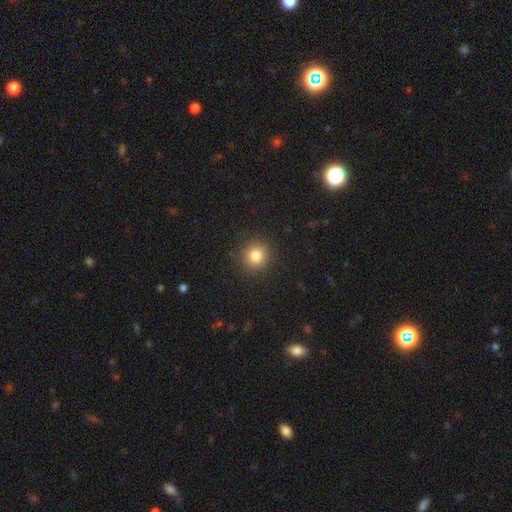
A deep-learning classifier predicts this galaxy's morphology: A smooth galaxy with no disk features (82%) that is round (90%).

Vote fractions:
- Smooth or featured? smooth: 82% / star or artifact: 12% / featured or disk: 6%
- How rounded? round: 90% / in between: 9% / cigar-shaped: 1%
- Merging? none: 90% / minor disturbance: 6% / major disturbance: 2% / merger: 1%